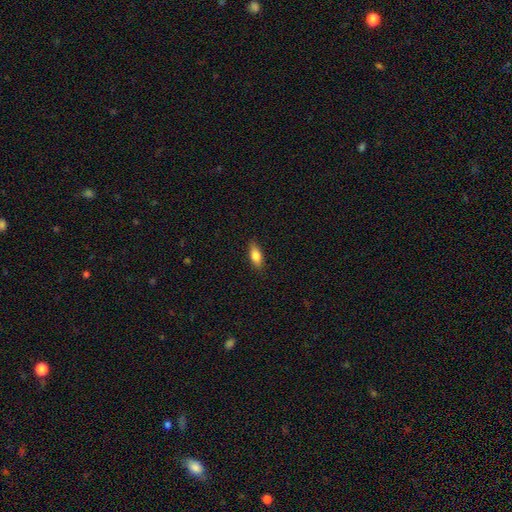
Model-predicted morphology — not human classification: The model was most divided on "how rounded": in between: 76%, cigar-shaped: 21%, round: 3%. More confident: merging — none (86%); smooth or featured — smooth (79%).